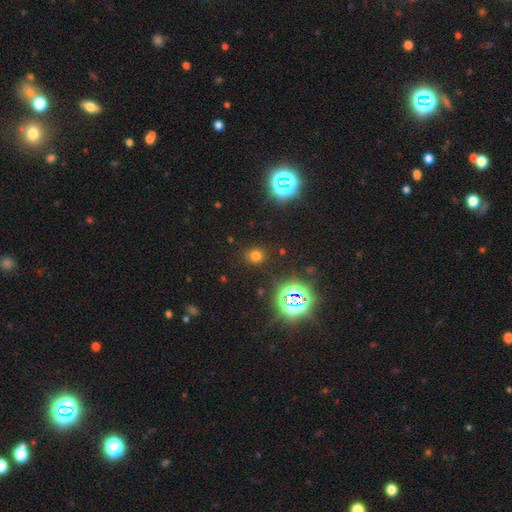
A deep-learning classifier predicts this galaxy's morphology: Smooth or featured: smooth — 65% (star or artifact — 29%)
How rounded: round — 81% (in between — 18%)
Merging: none — 85% (minor disturbance — 9%)